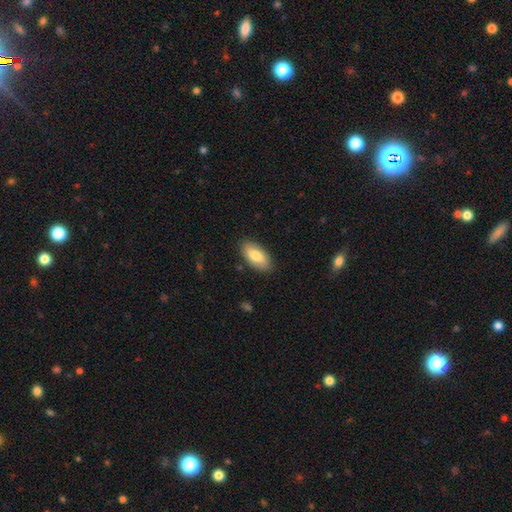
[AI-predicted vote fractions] smooth_or_featured: smooth (p=0.76) [alt: featured or disk p=0.19]
how_rounded: in between (p=0.91) [alt: cigar-shaped p=0.07]
merging: none (p=0.87) [alt: minor disturbance p=0.10]